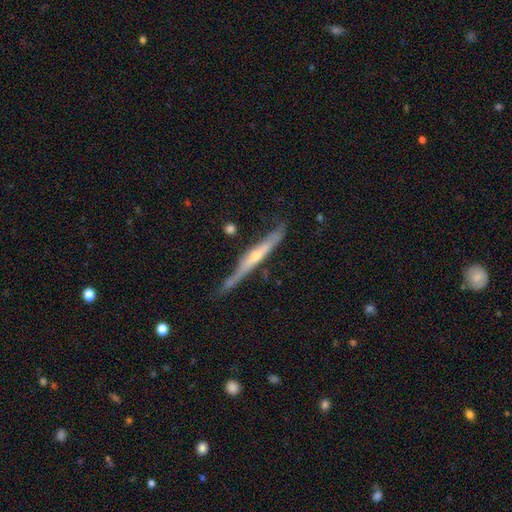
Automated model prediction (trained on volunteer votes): The model was most divided on "merging": none: 74%, minor disturbance: 20%, major disturbance: 4%, merger: 2%. More confident: edge-on disk — yes (96%); smooth or featured — featured or disk (80%); edge-on bulge — rounded (77%).